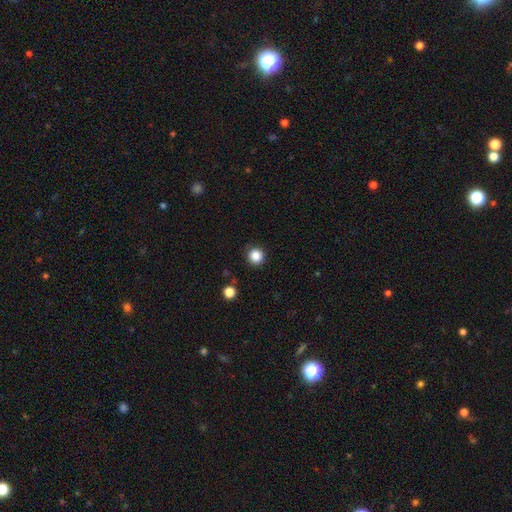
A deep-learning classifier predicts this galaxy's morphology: smooth 86%, star or artifact 11%, featured or disk 3%. Down the decision tree: how rounded — round (94%); merging — none (90%).